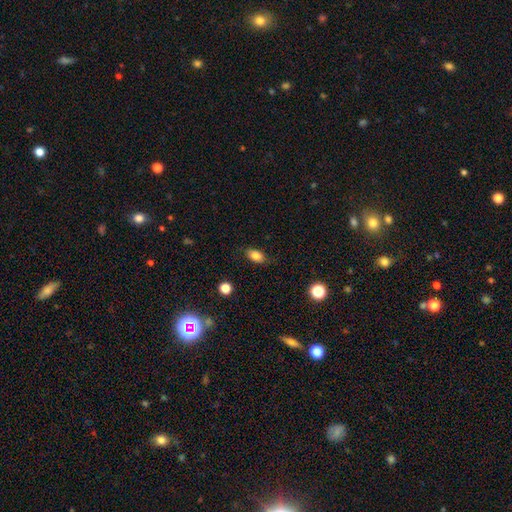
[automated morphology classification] The model was most divided on "merging": none: 82%, minor disturbance: 14%, major disturbance: 3%, merger: 1%. More confident: how rounded — in between (86%); smooth or featured — smooth (83%).